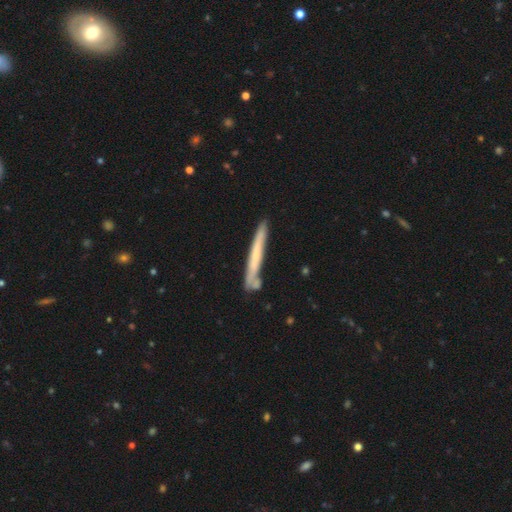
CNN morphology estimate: A smooth galaxy with no disk features (49%).

Vote fractions:
- Smooth or featured? smooth: 49% / featured or disk: 45% / star or artifact: 6%
- Merging? none: 76% / minor disturbance: 14% / merger: 7% / major disturbance: 3%